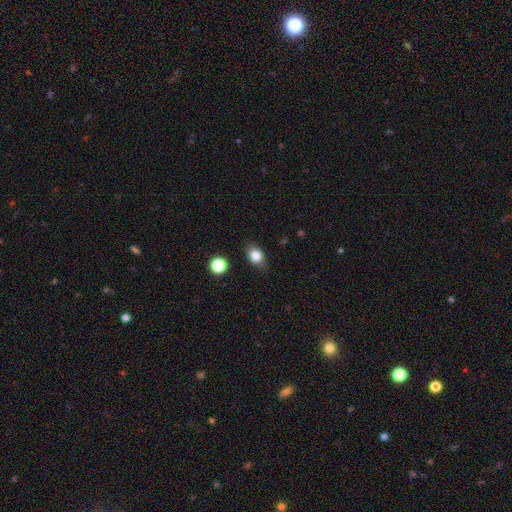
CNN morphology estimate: Smooth or featured? smooth (82%)
How rounded? in between (67%)
Merging? none (81%)